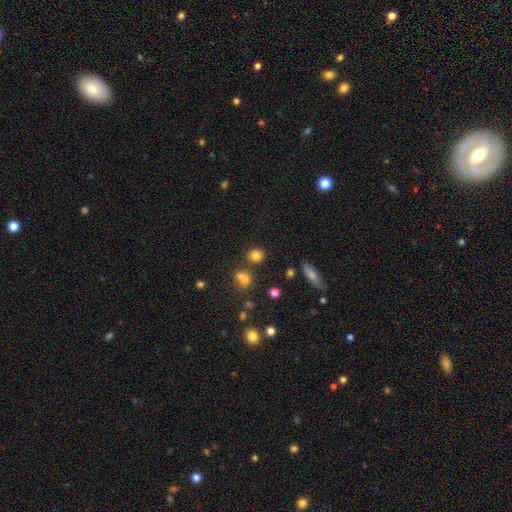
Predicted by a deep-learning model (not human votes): Smooth or featured: smooth — 79% (star or artifact — 14%)
How rounded: round — 74% (in between — 24%)
Merging: none — 74% (merger — 12%)